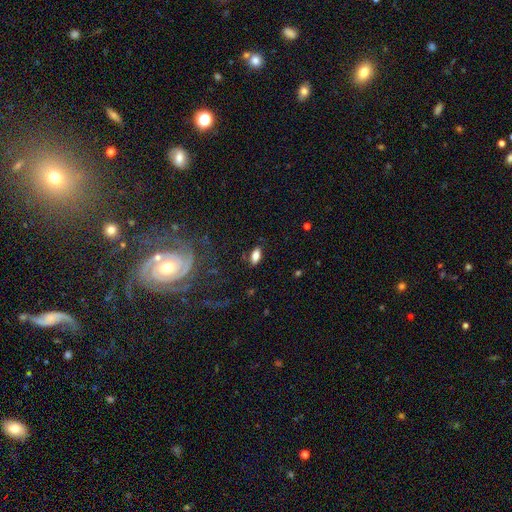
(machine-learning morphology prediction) smooth_or_featured: smooth (p=0.80) [alt: featured or disk p=0.10]
how_rounded: in between (p=0.87) [alt: cigar-shaped p=0.10]
merging: none (p=0.85) [alt: minor disturbance p=0.11]